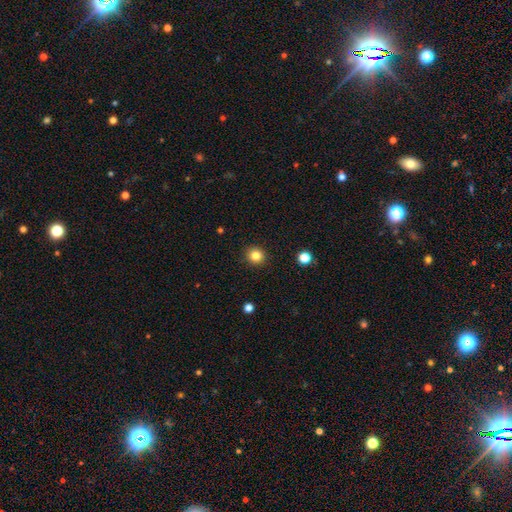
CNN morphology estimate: The model was most divided on "smooth or featured": smooth: 83%, star or artifact: 12%, featured or disk: 6%. More confident: merging — none (92%); how rounded — round (89%).